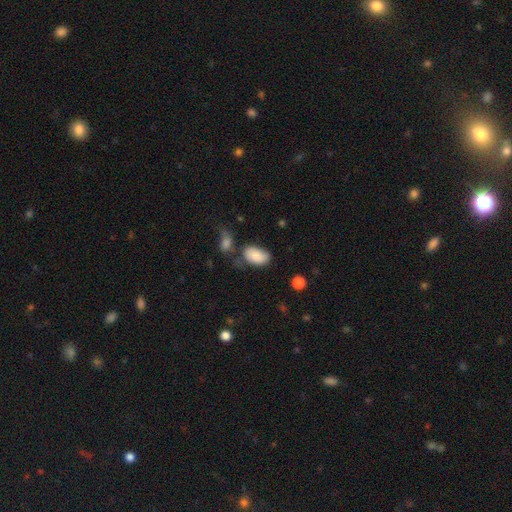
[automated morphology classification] Smooth or featured? Predicted: smooth (p=0.86). How rounded? Predicted: in between (p=0.93). Merging? Predicted: none (p=0.51).